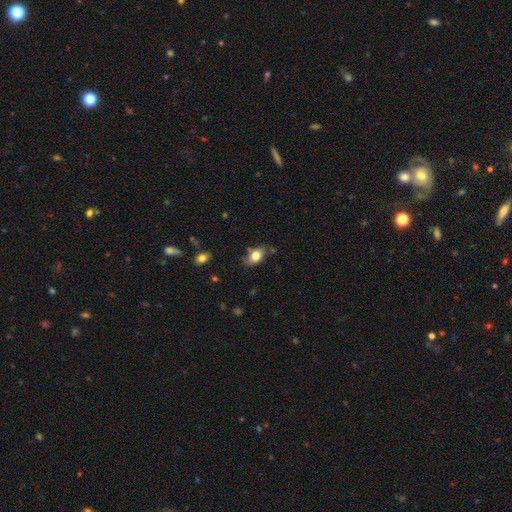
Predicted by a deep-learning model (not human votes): Smooth or featured?
  - smooth: 74% *
  - featured or disk: 18%
  - star or artifact: 8%
How rounded?
  - in between: 85% *
  - round: 12%
  - cigar-shaped: 3%
Merging?
  - none: 65% *
  - minor disturbance: 25%
  - major disturbance: 6%
  - merger: 3%